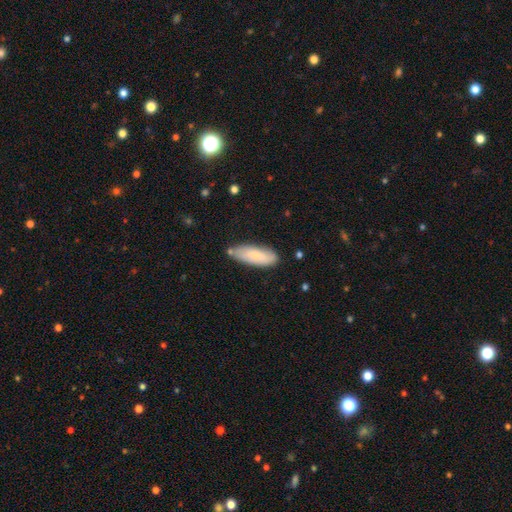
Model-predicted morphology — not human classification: smooth-or-featured: smooth: 78% | featured or disk: 16% | star or artifact: 6%
  how-rounded: in between: 61% | cigar-shaped: 38% | round: 2%
  merging: none: 74% | minor disturbance: 18% | merger: 4% | major disturbance: 3%